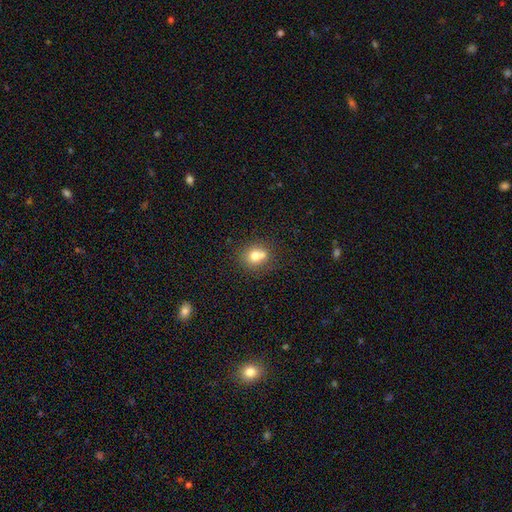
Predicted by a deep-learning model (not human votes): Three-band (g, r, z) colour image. It shows a smooth galaxy with no disk features (72%) that is round (72%). Merging: none (48%).